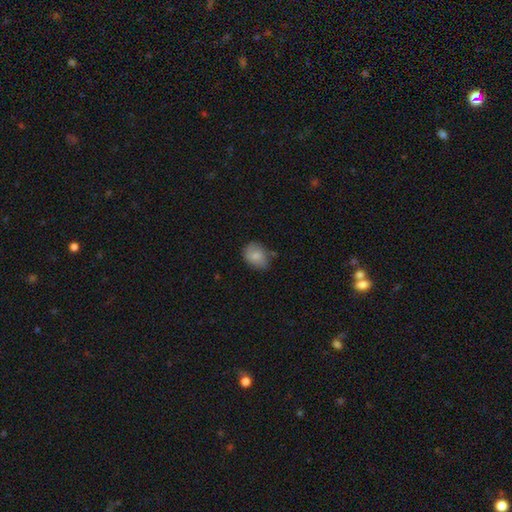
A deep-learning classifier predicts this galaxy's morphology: Overall: smooth (81%). How rounded: in between (57%; round 42%). Merging: none (66%; minor disturbance 26%).